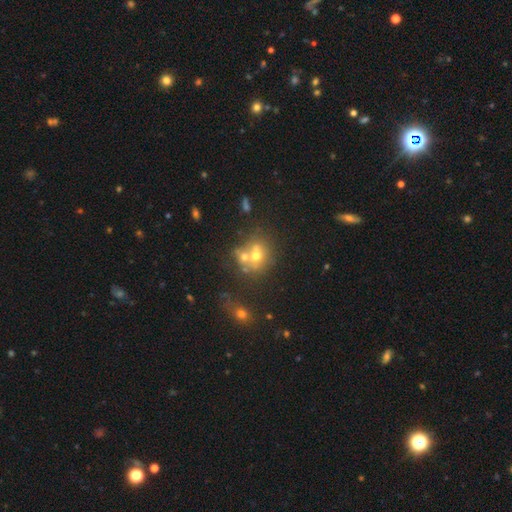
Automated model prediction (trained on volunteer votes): Smooth or featured?
  - smooth: 52% *
  - featured or disk: 30%
  - star or artifact: 18%
How rounded?
  - round: 75% *
  - in between: 24%
  - cigar-shaped: 1%
Merging?
  - merger: 46% *
  - none: 38%
  - minor disturbance: 10%
  - major disturbance: 6%